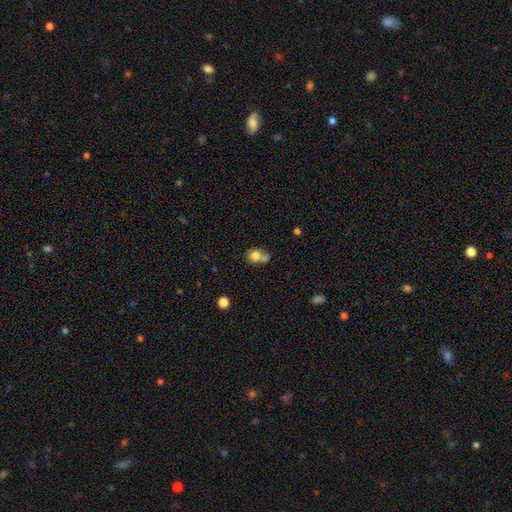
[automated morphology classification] smooth-or-featured: smooth: 75% | featured or disk: 14% | star or artifact: 11%
  how-rounded: round: 75% | in between: 24% | cigar-shaped: 1%
  merging: merger: 50% | none: 37% | minor disturbance: 9% | major disturbance: 4%